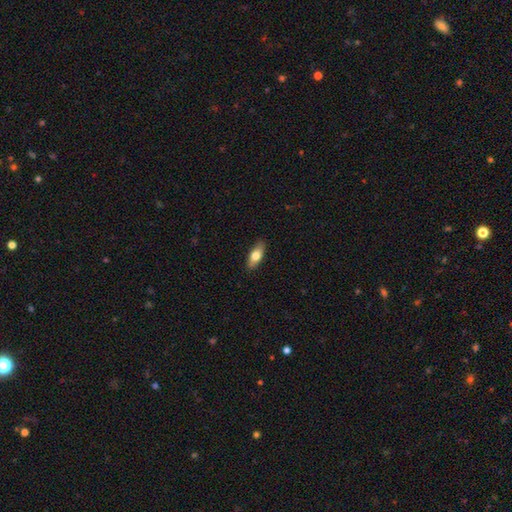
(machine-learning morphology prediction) This appears to be a smooth galaxy with no disk features (72%) that is in between round and cigar-shaped (76%). Merging: none (88%).